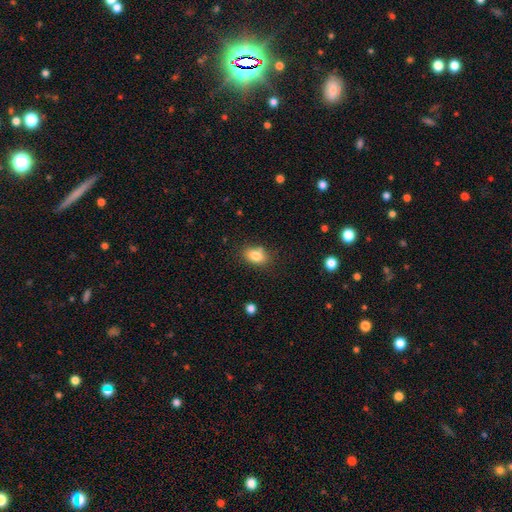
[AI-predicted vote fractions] Smooth or featured? Predicted: smooth (p=0.82). How rounded? Predicted: in between (p=0.83). Merging? Predicted: none (p=0.78).